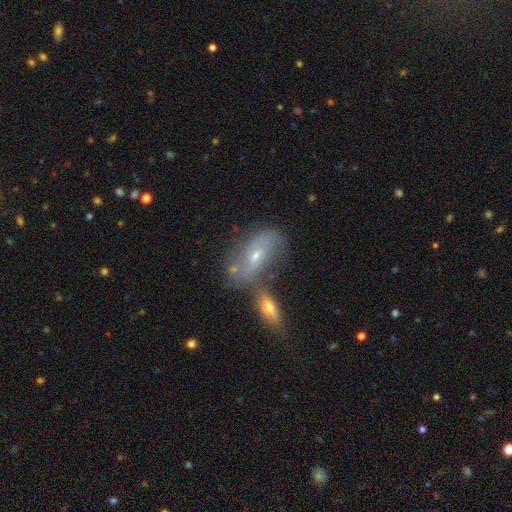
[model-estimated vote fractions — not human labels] smooth_or_featured: featured or disk (p=0.63) [alt: smooth p=0.27]
disk_edge_on: no (p=0.86) [alt: yes p=0.14]
bar: no (p=0.48) [alt: weak p=0.38]
has_spiral_arms: yes (p=0.73) [alt: no p=0.27]
bulge_size: small (p=0.50) [alt: moderate p=0.45]
merging: none (p=0.47) [alt: merger p=0.32]